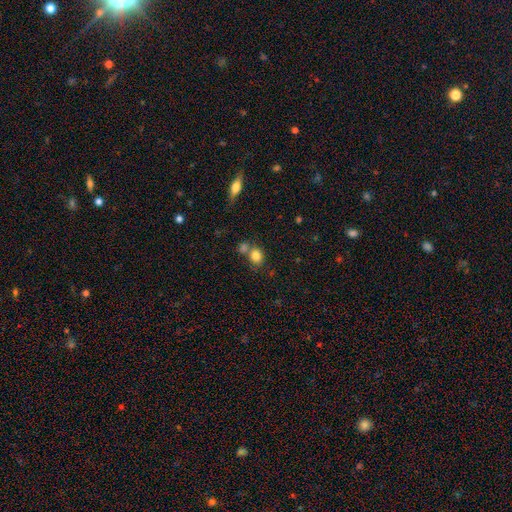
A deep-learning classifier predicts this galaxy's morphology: type=smooth (82%); roundness=round (62%); merging=none (55%).